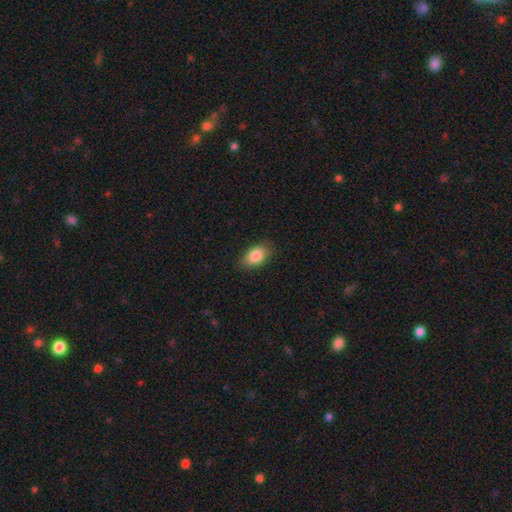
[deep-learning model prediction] A smooth galaxy with no disk features (86%) that is in between round and cigar-shaped (91%).

Vote fractions:
- Smooth or featured? smooth: 86% / star or artifact: 7% / featured or disk: 7%
- How rounded? in between: 91% / round: 7% / cigar-shaped: 2%
- Merging? none: 85% / minor disturbance: 11% / major disturbance: 3% / merger: 1%